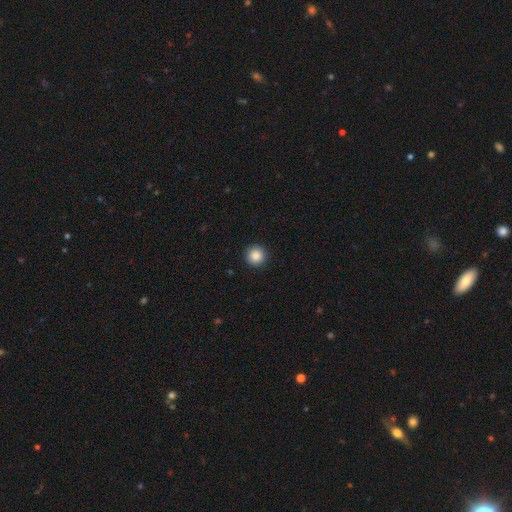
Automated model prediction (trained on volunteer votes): Smooth or featured: smooth — 87% (star or artifact — 9%)
How rounded: round — 96% (in between — 3%)
Merging: none — 93% (minor disturbance — 5%)